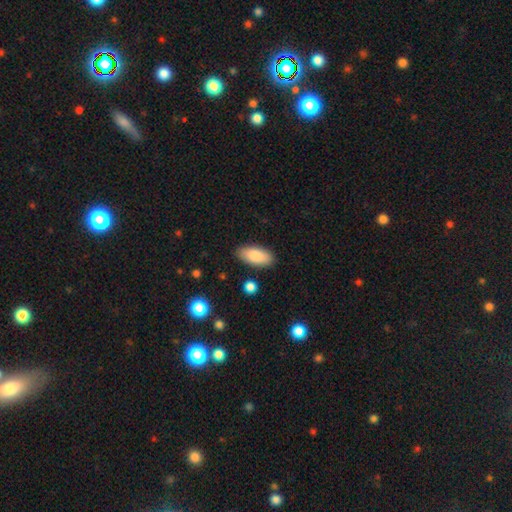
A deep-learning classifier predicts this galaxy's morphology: Overall: smooth (86%). How rounded: in between (88%). Merging: none (87%).